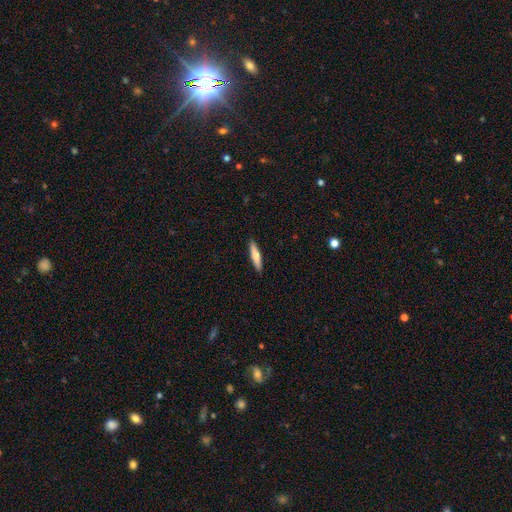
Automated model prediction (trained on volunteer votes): Overall: smooth (75%). How rounded: cigar-shaped (85%). Merging: none (90%).